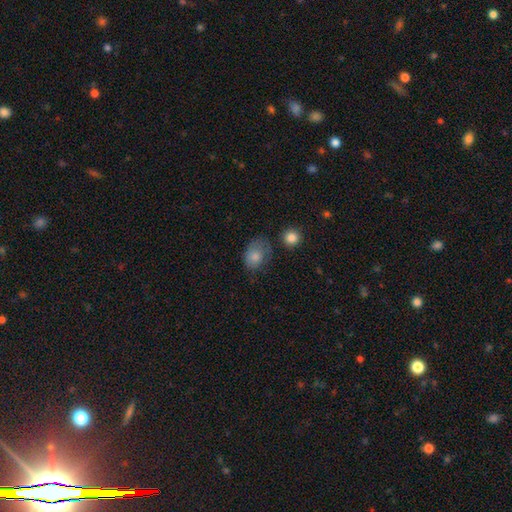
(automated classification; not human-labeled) smooth 78%, featured or disk 12%, star or artifact 10%. Down the decision tree: how rounded — in between (68%); merging — none (54%).